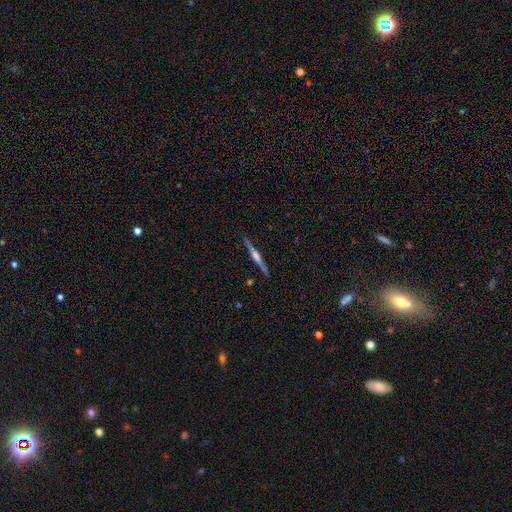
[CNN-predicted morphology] Smooth or featured? featured or disk (77%)
Edge-on disk? yes (98%)
Edge-on bulge? rounded (67%)
Merging? none (90%)